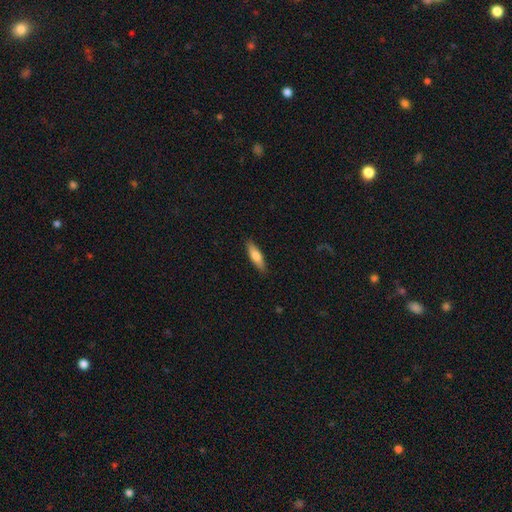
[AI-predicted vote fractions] smooth 68%, featured or disk 26%, star or artifact 6%. Down the decision tree: how rounded — cigar-shaped (60%); merging — none (88%).